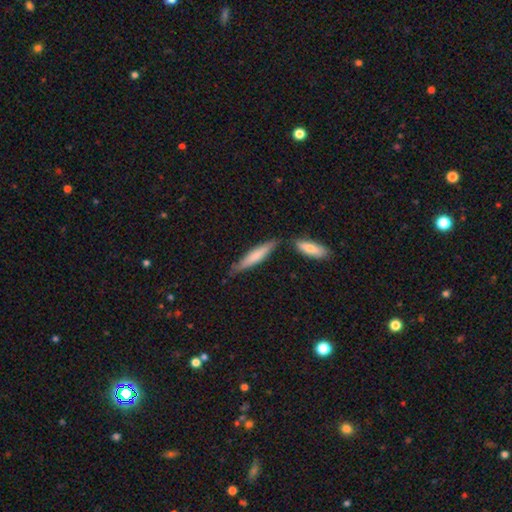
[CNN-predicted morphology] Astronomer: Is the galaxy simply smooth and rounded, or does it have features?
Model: smooth — 68%.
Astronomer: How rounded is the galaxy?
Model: cigar-shaped — 87%.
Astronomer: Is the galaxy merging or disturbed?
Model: none — 71%.